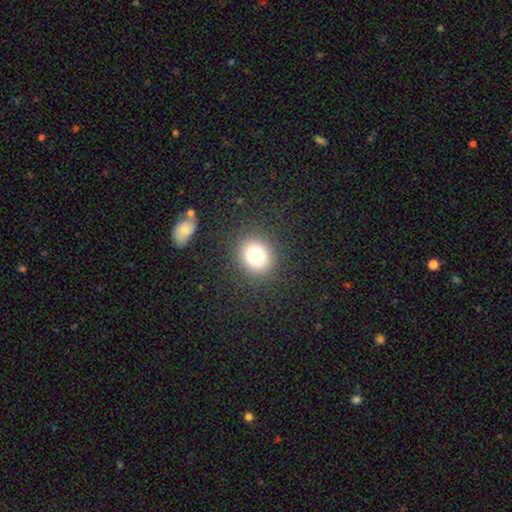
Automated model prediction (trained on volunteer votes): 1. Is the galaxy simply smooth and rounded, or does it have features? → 77% smooth, 14% star or artifact, 9% featured or disk.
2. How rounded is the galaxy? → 82% round, 17% in between, 1% cigar-shaped.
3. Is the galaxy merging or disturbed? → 88% none, 7% minor disturbance, 4% major disturbance, 2% merger.